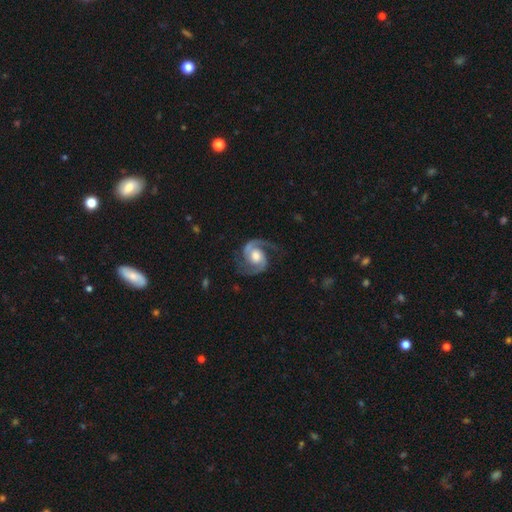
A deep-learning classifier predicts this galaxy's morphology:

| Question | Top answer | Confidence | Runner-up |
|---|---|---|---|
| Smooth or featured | featured or disk | 91% | smooth (5%) |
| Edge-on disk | no | 98% | yes (2%) |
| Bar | no | 59% | weak (32%) |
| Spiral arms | yes | 98% | no (2%) |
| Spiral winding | medium | 59% | loose (21%) |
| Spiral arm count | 2 | 93% | 1 (2%) |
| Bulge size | moderate | 55% | large (34%) |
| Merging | none | 74% | minor disturbance (16%) |